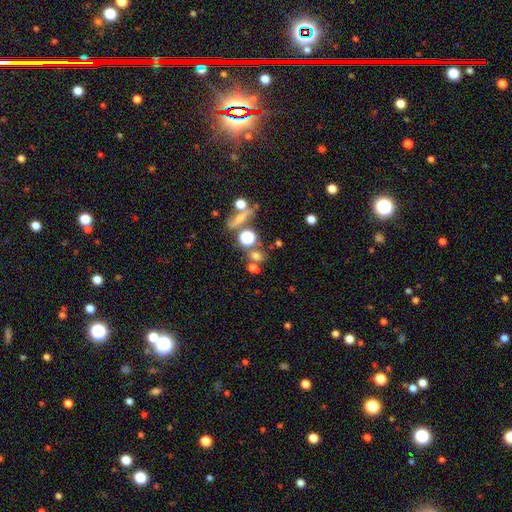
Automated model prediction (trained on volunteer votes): Smooth or featured?
  - smooth: 62% *
  - star or artifact: 26%
  - featured or disk: 12%
How rounded?
  - round: 64% *
  - in between: 32%
  - cigar-shaped: 4%
Merging?
  - none: 59% *
  - merger: 25%
  - minor disturbance: 10%
  - major disturbance: 6%